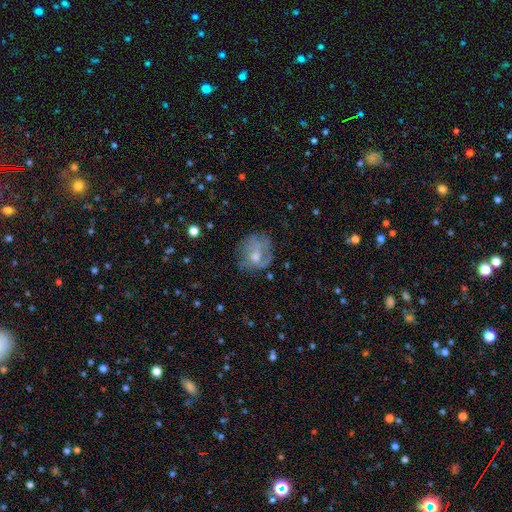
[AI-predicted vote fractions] featured or disk 53%, smooth 34%, star or artifact 13%. Down the decision tree: edge-on disk — no (96%); bar — no (60%); spiral arms — yes (61%); bulge size — moderate (50%); merging — none (58%).